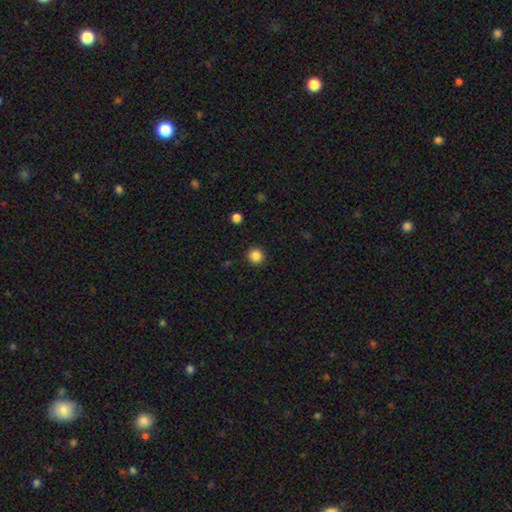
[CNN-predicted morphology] Overall: smooth (86%). How rounded: round (95%). Merging: none (92%).